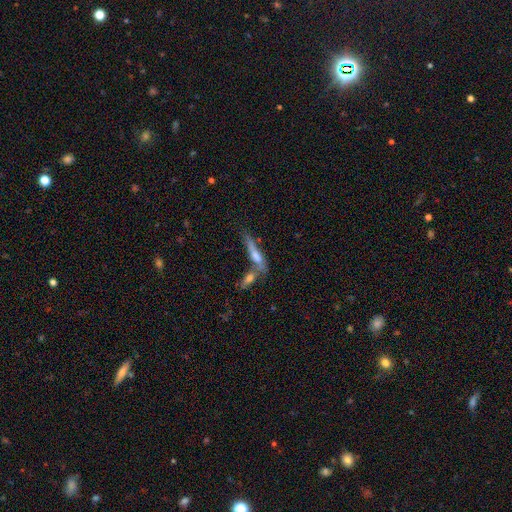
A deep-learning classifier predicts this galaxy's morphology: The model was most divided on "merging": none: 42%, merger: 39%, minor disturbance: 13%, major disturbance: 6%. Remaining: smooth or featured — featured or disk (47%).